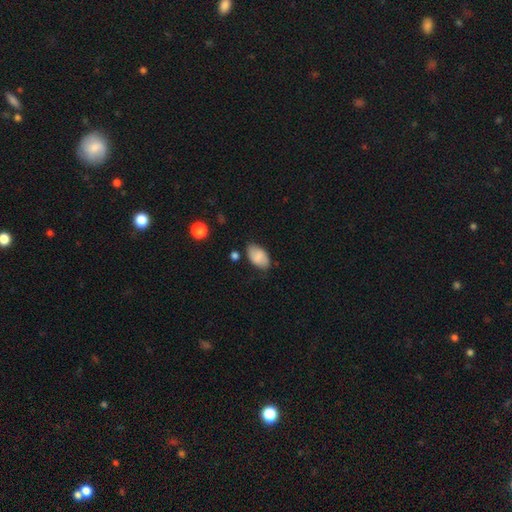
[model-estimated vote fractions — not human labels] Overall: smooth (79%). How rounded: in between (93%). Merging: none (73%).